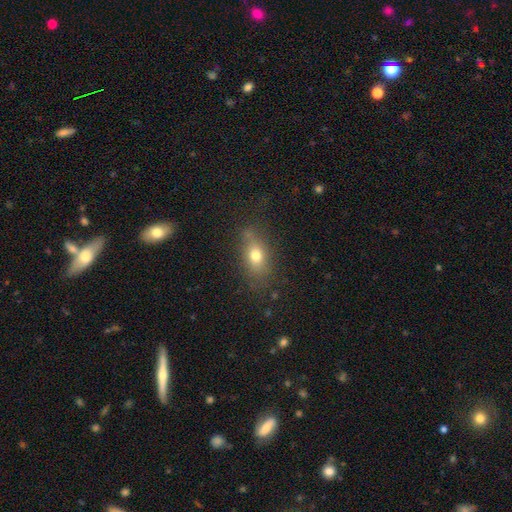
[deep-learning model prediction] This appears to be a smooth galaxy with no disk features (73%) that is in between round and cigar-shaped (75%). Merging: none (71%).